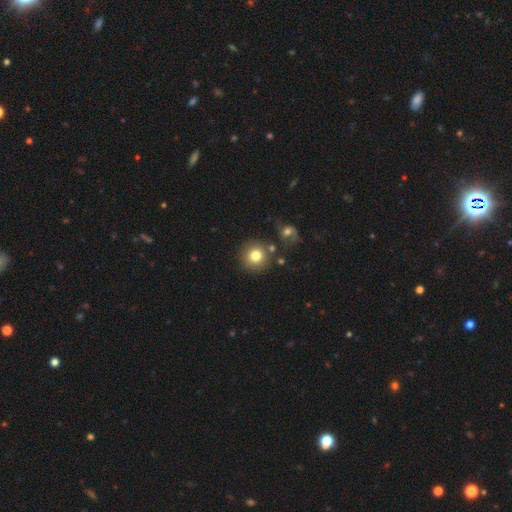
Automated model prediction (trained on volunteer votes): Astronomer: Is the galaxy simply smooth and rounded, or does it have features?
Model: smooth — 79%.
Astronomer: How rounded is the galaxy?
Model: round — 93%.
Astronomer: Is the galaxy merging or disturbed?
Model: none — 75%.